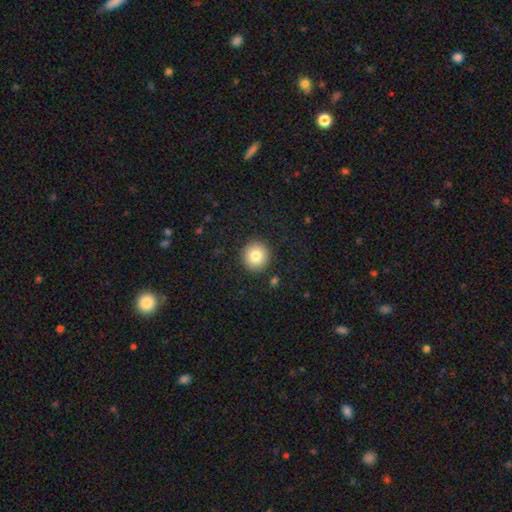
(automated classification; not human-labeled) Smooth or featured: smooth — 81% (star or artifact — 10%)
How rounded: round — 94% (in between — 5%)
Merging: none — 91% (minor disturbance — 6%)